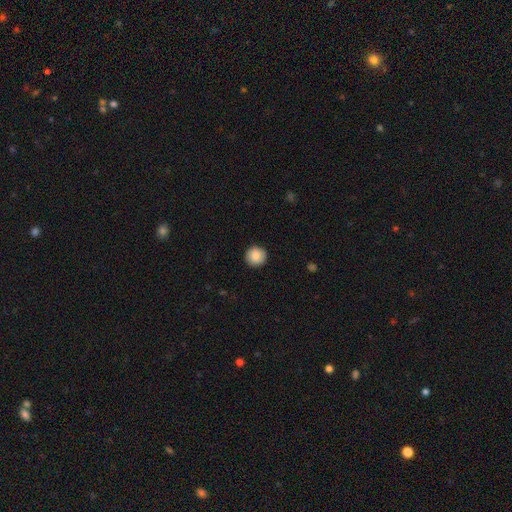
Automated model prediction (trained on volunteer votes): The model was most divided on "smooth or featured": smooth: 85%, star or artifact: 8%, featured or disk: 7%. More confident: how rounded — round (94%); merging — none (90%).